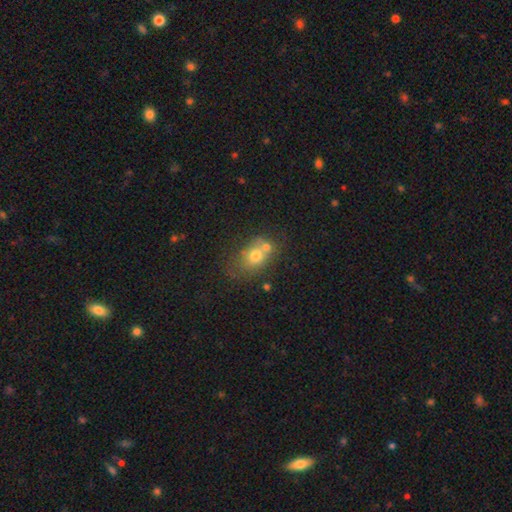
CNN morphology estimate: type=smooth (67%); roundness=in between (52%); merging=merger (39%).